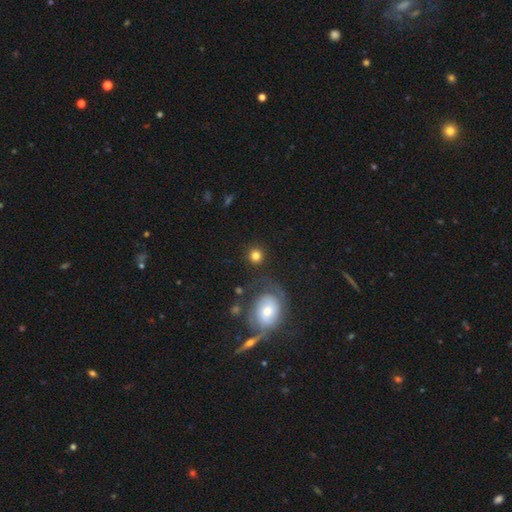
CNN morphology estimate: A smooth galaxy with no disk features (80%) that is round (90%). Merging: none (82%).